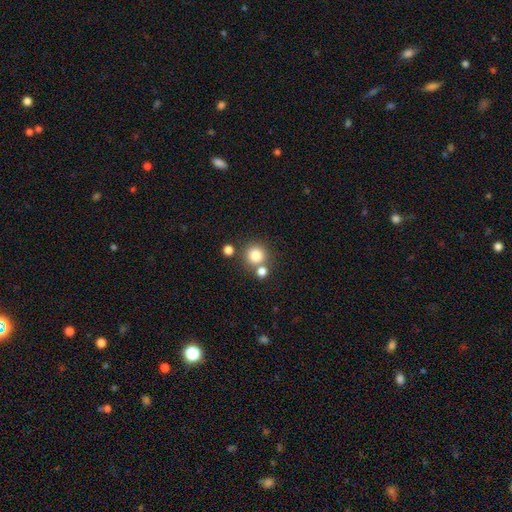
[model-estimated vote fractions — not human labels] Q: Smooth or featured?
A: smooth (80%); runner-up: star or artifact (12%)
Q: How rounded?
A: round (93%); runner-up: in between (6%)
Q: Merging?
A: none (69%); runner-up: merger (20%)